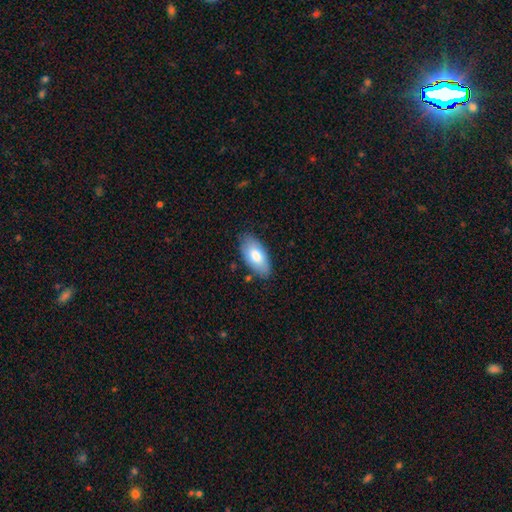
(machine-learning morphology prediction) Smooth or featured?
  - smooth: 78% *
  - featured or disk: 16%
  - star or artifact: 6%
How rounded?
  - in between: 92% *
  - cigar-shaped: 5%
  - round: 2%
Merging?
  - none: 80% *
  - minor disturbance: 15%
  - major disturbance: 3%
  - merger: 2%